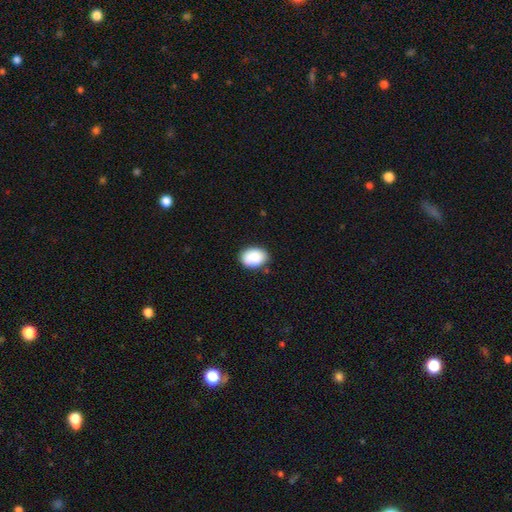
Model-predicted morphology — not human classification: A smooth galaxy with no disk features (90%) that is in between round and cigar-shaped (73%).

Vote fractions:
- Smooth or featured? smooth: 90% / star or artifact: 7% / featured or disk: 3%
- How rounded? in between: 73% / round: 26% / cigar-shaped: 1%
- Merging? none: 84% / minor disturbance: 12% / major disturbance: 2% / merger: 1%